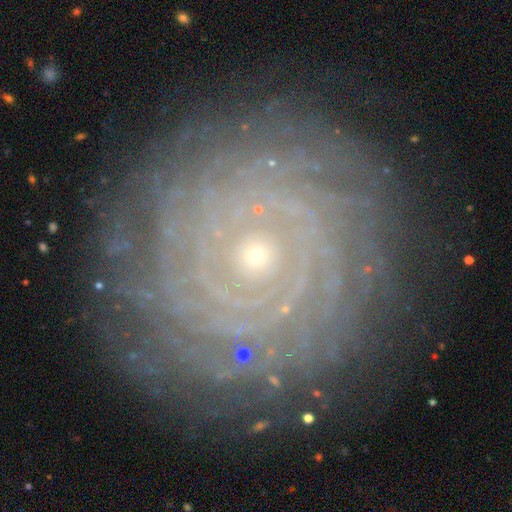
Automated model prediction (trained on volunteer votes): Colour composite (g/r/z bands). It shows a featured or disk galaxy (85%) with no bar (79%), tight (92%) spiral arms (97%) and a small central bulge (74%). Merging: none (87%).